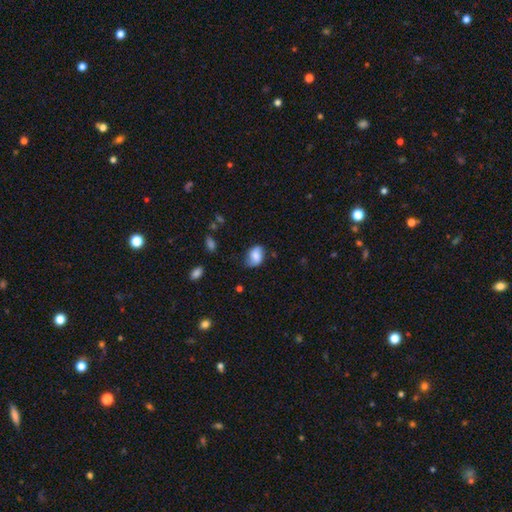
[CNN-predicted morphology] This is likely a smooth galaxy (69%). How rounded: likely in between (76%). Merging: possibly none (59%).